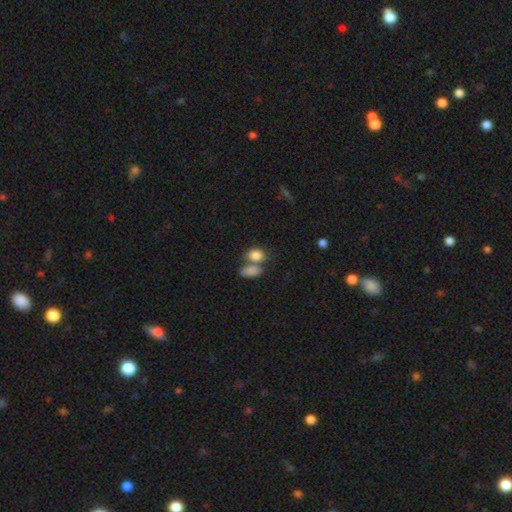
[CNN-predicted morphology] smooth-or-featured: smooth: 84% | star or artifact: 9% | featured or disk: 8%
  how-rounded: in between: 73% | round: 25% | cigar-shaped: 2%
  merging: merger: 47% | none: 37% | minor disturbance: 11% | major disturbance: 5%